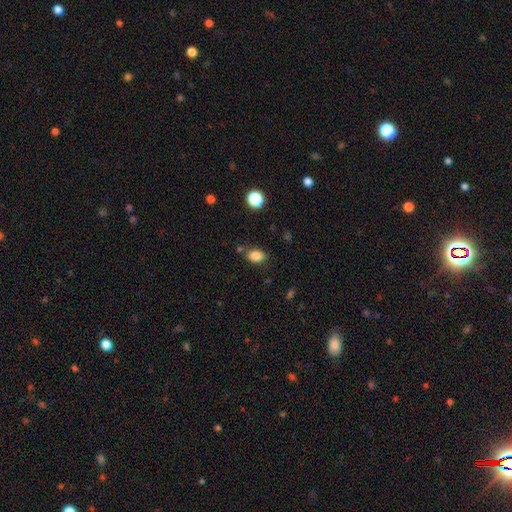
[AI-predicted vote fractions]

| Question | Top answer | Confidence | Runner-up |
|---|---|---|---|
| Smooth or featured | smooth | 84% | star or artifact (11%) |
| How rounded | in between | 74% | round (24%) |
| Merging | none | 76% | minor disturbance (14%) |